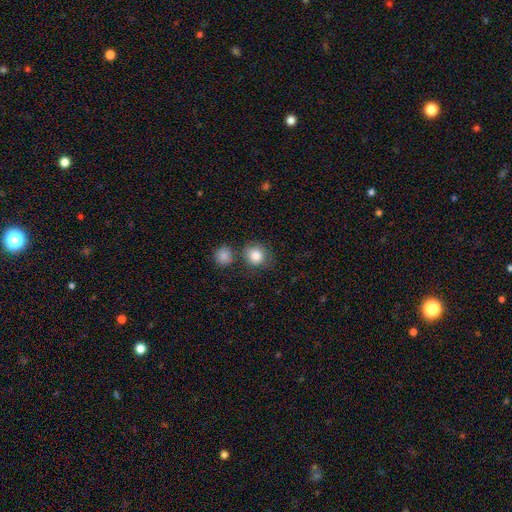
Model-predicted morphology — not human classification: A smooth galaxy with no disk features (84%) that is round (85%).

Vote fractions:
- Smooth or featured? smooth: 84% / star or artifact: 9% / featured or disk: 7%
- How rounded? round: 85% / in between: 14% / cigar-shaped: 1%
- Merging? none: 69% / minor disturbance: 14% / merger: 13% / major disturbance: 5%